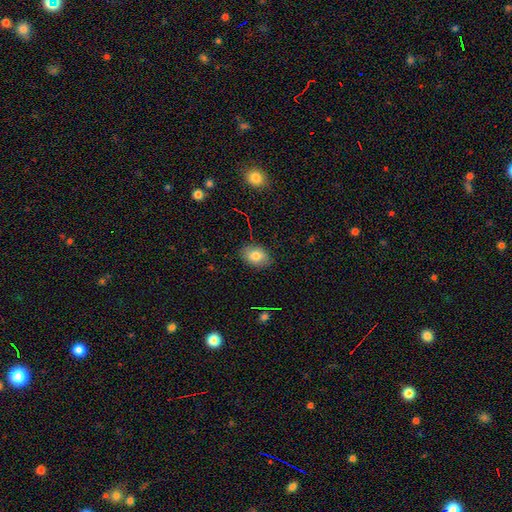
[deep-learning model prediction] smooth 80%, featured or disk 11%, star or artifact 9%. Down the decision tree: how rounded — in between (79%); merging — none (84%).